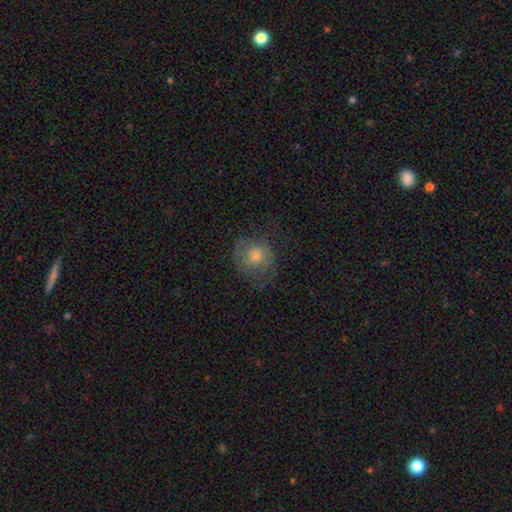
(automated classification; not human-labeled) Morphology: type=smooth (53%); roundness=round (80%); merging=none (65%).